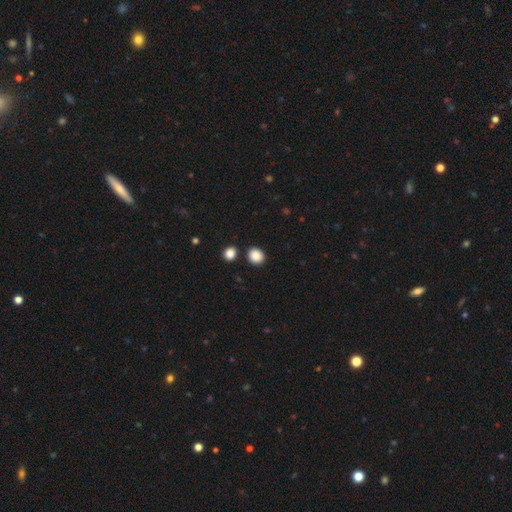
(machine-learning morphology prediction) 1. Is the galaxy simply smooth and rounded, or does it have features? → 88% smooth, 9% star or artifact, 3% featured or disk.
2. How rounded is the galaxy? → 72% round, 27% in between, 1% cigar-shaped.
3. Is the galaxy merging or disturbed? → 84% none, 8% minor disturbance, 6% merger, 2% major disturbance.